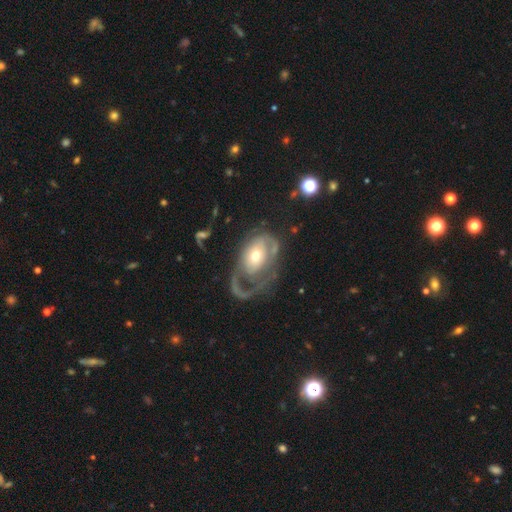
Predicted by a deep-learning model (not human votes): Smooth or featured: featured or disk — 70% (smooth — 24%)
Edge-on disk: no — 95% (yes — 5%)
Bar: no — 76% (weak — 18%)
Spiral arms: yes — 61% (no — 39%)
Bulge size: moderate — 63% (small — 27%)
Merging: major disturbance — 51% (none — 28%)